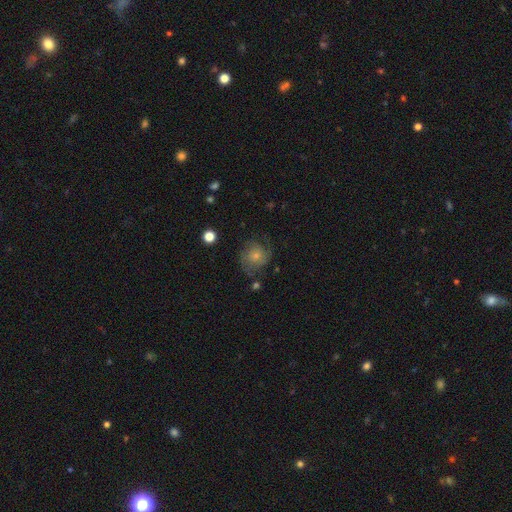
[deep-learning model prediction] smooth_or_featured: featured or disk (p=0.52) [alt: smooth p=0.32]
disk_edge_on: no (p=0.97) [alt: yes p=0.03]
bar: no (p=0.80) [alt: weak p=0.18]
has_spiral_arms: yes (p=0.85) [alt: no p=0.15]
bulge_size: small (p=0.48) [alt: moderate p=0.41]
merging: none (p=0.70) [alt: minor disturbance p=0.18]